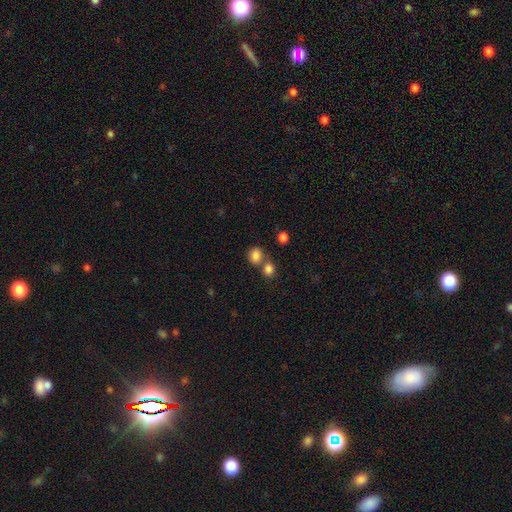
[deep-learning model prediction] Smooth or featured?
  - smooth: 83% *
  - star or artifact: 11%
  - featured or disk: 6%
How rounded?
  - round: 58% *
  - in between: 41%
  - cigar-shaped: 1%
Merging?
  - none: 48% *
  - merger: 39%
  - minor disturbance: 9%
  - major disturbance: 4%